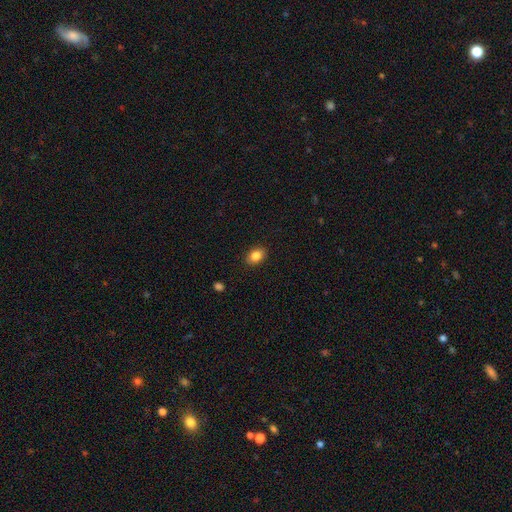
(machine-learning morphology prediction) Smooth or featured: smooth — 85% (star or artifact — 9%)
How rounded: in between — 78% (round — 21%)
Merging: none — 89% (minor disturbance — 8%)